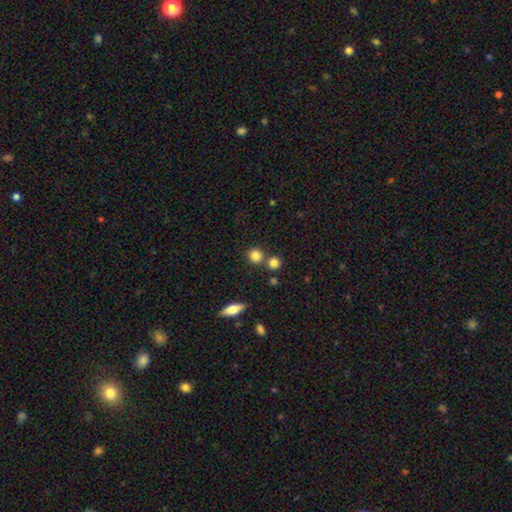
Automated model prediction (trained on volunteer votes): A smooth galaxy with no disk features (83%) that is round (88%).

Vote fractions:
- Smooth or featured? smooth: 83% / star or artifact: 11% / featured or disk: 6%
- How rounded? round: 88% / in between: 11% / cigar-shaped: 1%
- Merging? none: 72% / merger: 17% / minor disturbance: 8% / major disturbance: 3%